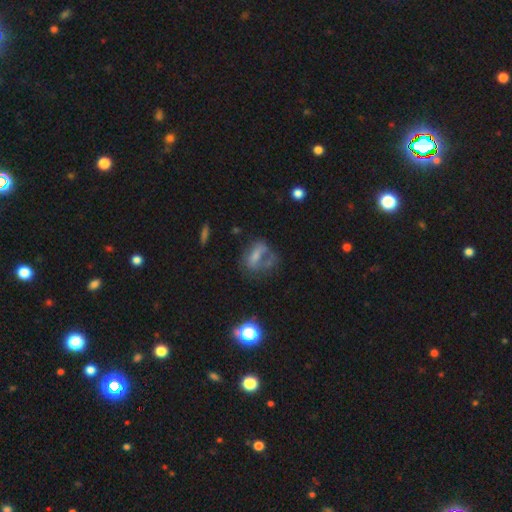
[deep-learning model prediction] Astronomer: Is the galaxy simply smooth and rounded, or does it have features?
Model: smooth — 40%, tied with featured or disk at 40%.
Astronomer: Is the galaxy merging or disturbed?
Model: none — 35% (runner-up: major disturbance, 33%).